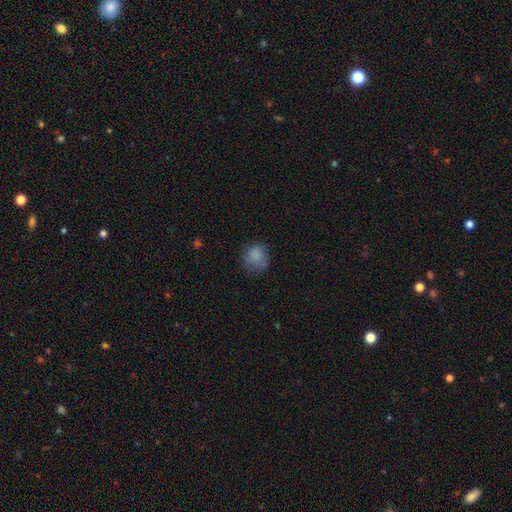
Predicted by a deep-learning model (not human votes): The model was most divided on "merging": none: 64%, minor disturbance: 24%, major disturbance: 10%, merger: 2%. More confident: smooth or featured — smooth (80%); how rounded — round (74%).